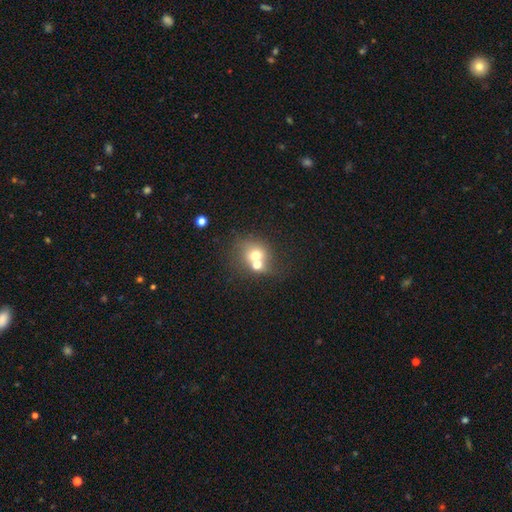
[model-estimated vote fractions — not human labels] A smooth galaxy with no disk features (65%) that is round (71%). Merging: merger (58%).